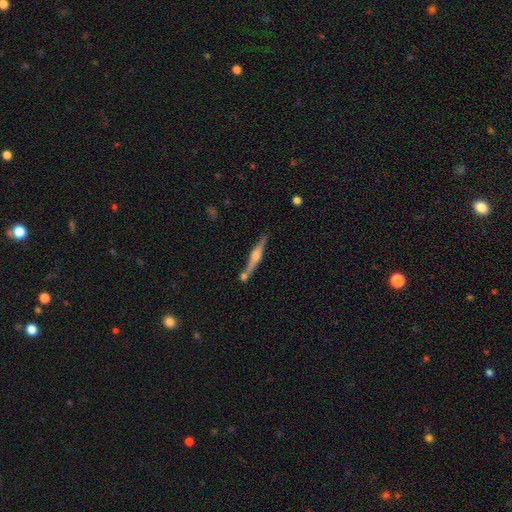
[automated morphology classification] This is likely a featured or disk galaxy (68%). It is clearly viewed edge-on (97%). Edge-on bulge: clearly rounded (83%). Merging: likely none (71%).